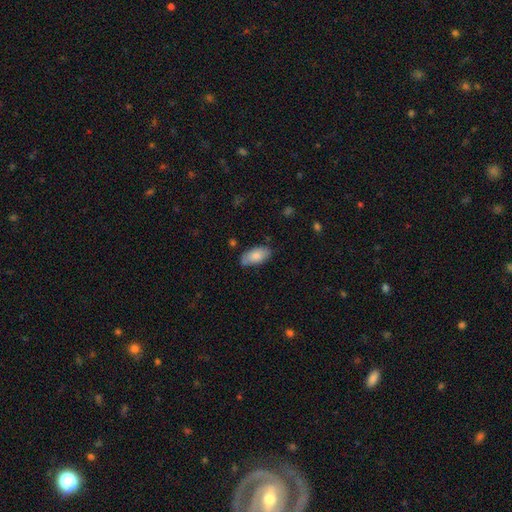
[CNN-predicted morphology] Q: Smooth or featured?
A: smooth (81%); runner-up: featured or disk (13%)
Q: How rounded?
A: in between (93%); runner-up: cigar-shaped (4%)
Q: Merging?
A: none (73%); runner-up: minor disturbance (20%)